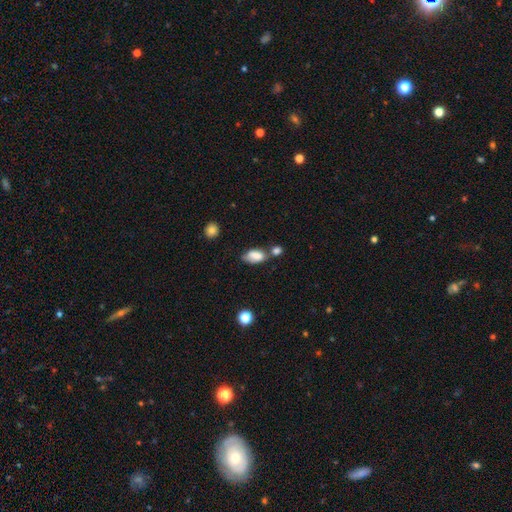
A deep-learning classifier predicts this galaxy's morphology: Overall: smooth (79%). How rounded: in between (91%). Merging: none (41%; merger 31%).